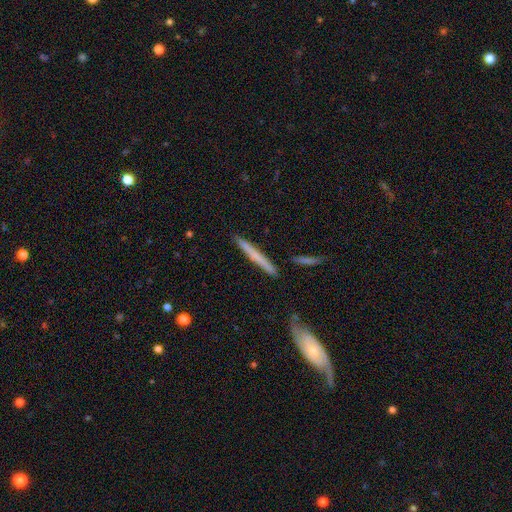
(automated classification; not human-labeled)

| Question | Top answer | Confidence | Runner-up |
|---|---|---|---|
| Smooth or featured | smooth | 54% | featured or disk (40%) |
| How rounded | cigar-shaped | 96% | in between (3%) |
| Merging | none | 85% | minor disturbance (10%) |